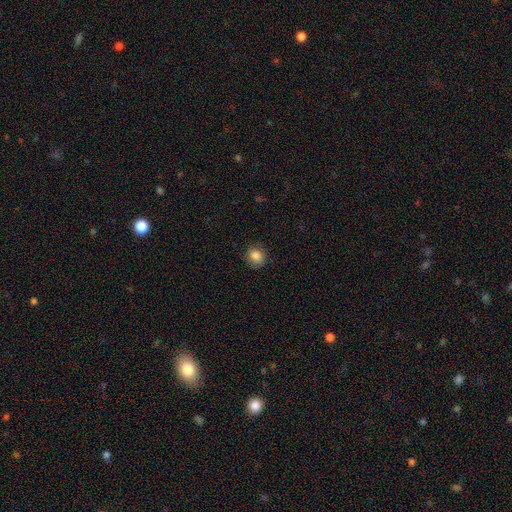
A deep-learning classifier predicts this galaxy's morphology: smooth_or_featured: smooth (p=0.84) [alt: star or artifact p=0.10]
how_rounded: round (p=0.80) [alt: in between p=0.19]
merging: none (p=0.87) [alt: minor disturbance p=0.09]